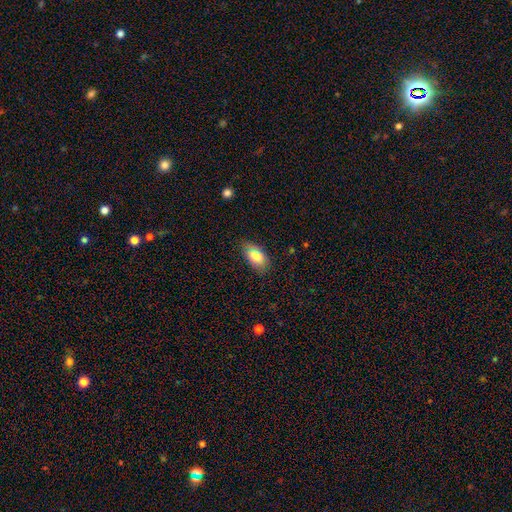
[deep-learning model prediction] This is clearly a smooth galaxy (82%). How rounded: clearly in between (92%). Merging: clearly none (81%).